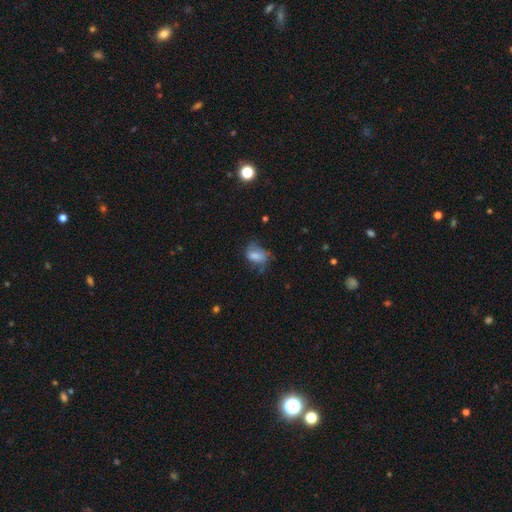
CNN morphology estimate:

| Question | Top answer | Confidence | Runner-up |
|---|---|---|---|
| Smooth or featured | smooth | 69% | featured or disk (21%) |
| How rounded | in between | 77% | round (21%) |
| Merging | none | 44% | minor disturbance (32%) |